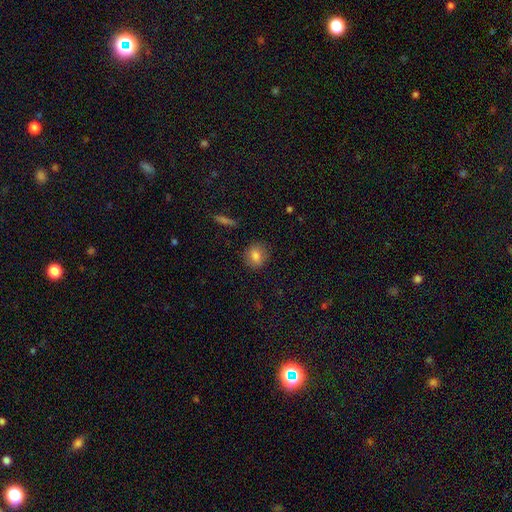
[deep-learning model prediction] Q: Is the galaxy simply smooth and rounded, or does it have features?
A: smooth — 79%.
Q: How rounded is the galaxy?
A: round — 82%.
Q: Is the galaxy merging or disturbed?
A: none — 88%.